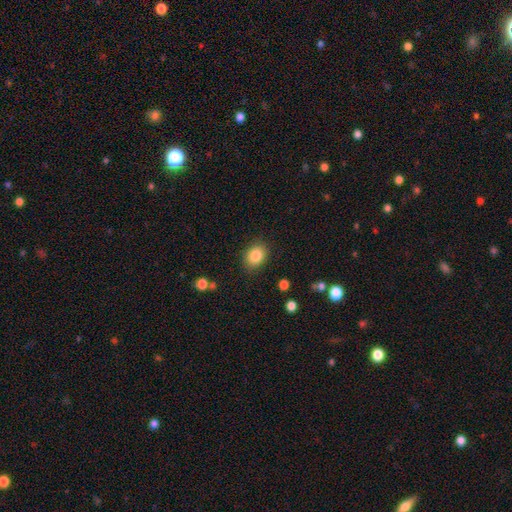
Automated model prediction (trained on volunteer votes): A smooth galaxy with no disk features (85%) that is in between round and cigar-shaped (59%). Merging: none (85%).